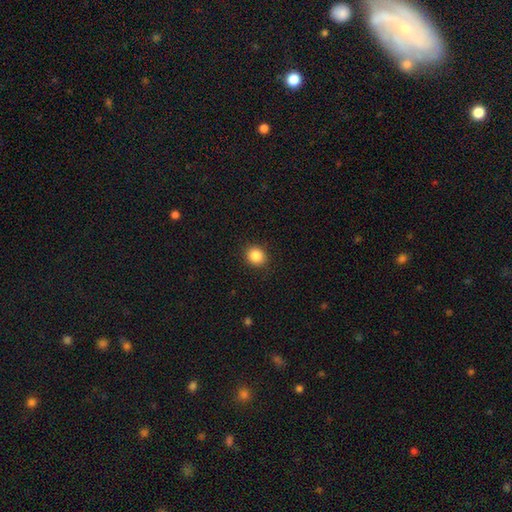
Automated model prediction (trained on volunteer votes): Smooth or featured: smooth — 87% (star or artifact — 10%)
How rounded: round — 76% (in between — 23%)
Merging: none — 89% (minor disturbance — 7%)